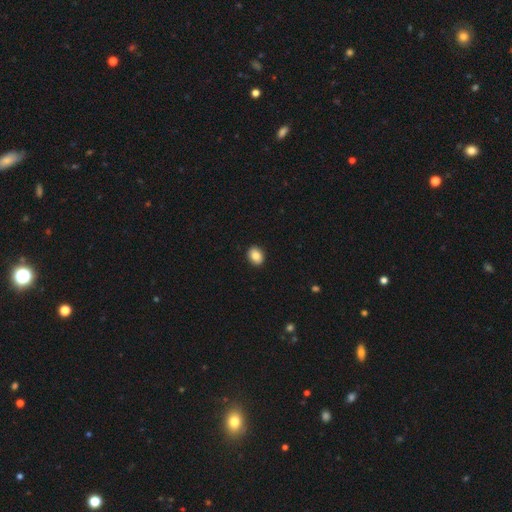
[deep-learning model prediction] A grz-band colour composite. It shows a smooth galaxy with no disk features (86%) that is in between round and cigar-shaped (57%). Merging: none (92%).